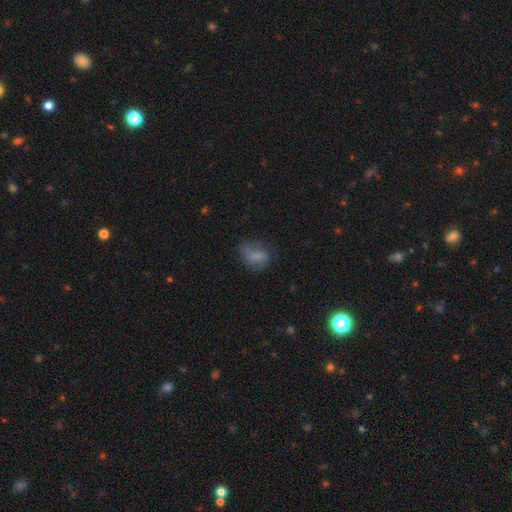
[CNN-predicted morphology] Smooth or featured: smooth — 65% (featured or disk — 25%)
How rounded: in between — 70% (round — 27%)
Merging: none — 47% (minor disturbance — 29%)